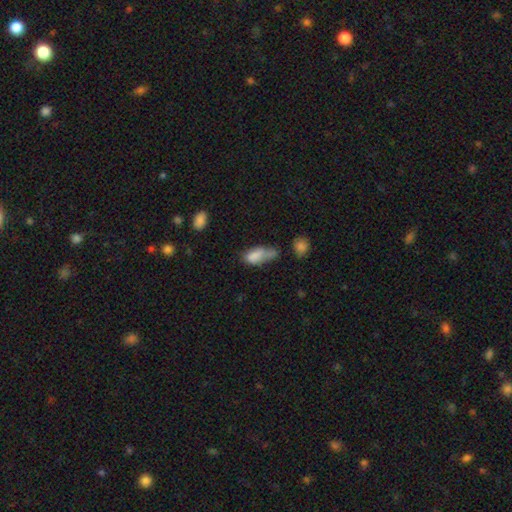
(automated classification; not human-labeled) This appears to be a smooth galaxy with no disk features (77%) that is in between round and cigar-shaped (84%). Merging: minor disturbance (28%).